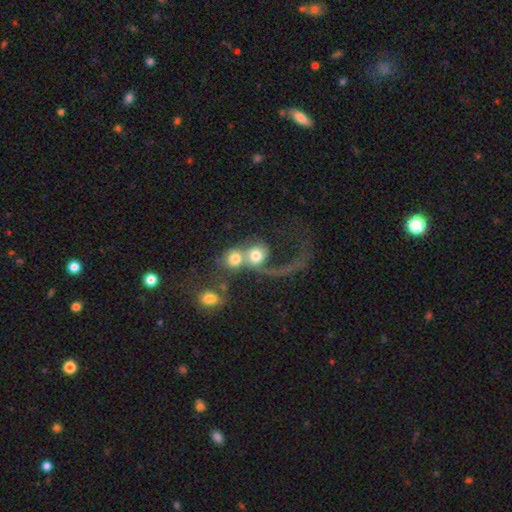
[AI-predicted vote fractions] A smooth galaxy with no disk features (51%) that is round (76%).

Vote fractions:
- Smooth or featured? smooth: 51% / featured or disk: 37% / star or artifact: 11%
- How rounded? round: 76% / in between: 22% / cigar-shaped: 2%
- Merging? merger: 71% / major disturbance: 15% / none: 10% / minor disturbance: 4%